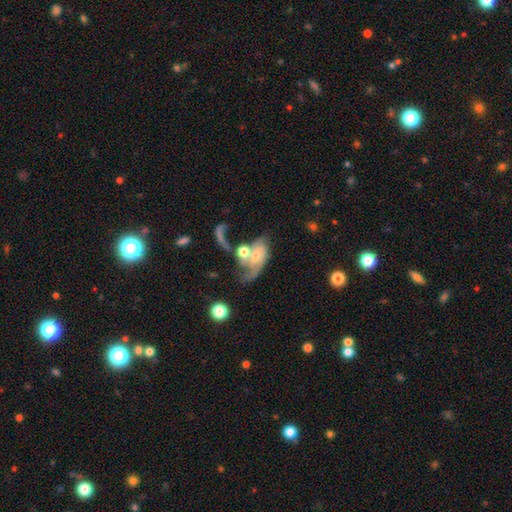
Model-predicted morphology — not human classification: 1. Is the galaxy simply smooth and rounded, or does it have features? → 63% featured or disk, 29% smooth, 9% star or artifact.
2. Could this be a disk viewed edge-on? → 95% no, 5% yes.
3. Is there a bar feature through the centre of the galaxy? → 67% no, 26% weak, 7% strong.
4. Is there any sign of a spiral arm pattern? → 76% yes, 24% no.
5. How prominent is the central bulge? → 52% moderate, 33% small, 7% large, 7% none, 2% dominant.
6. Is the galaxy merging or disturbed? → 53% merger, 21% major disturbance, 16% none, 10% minor disturbance.